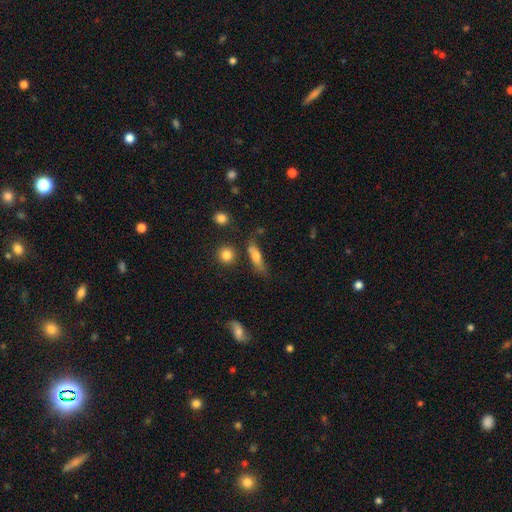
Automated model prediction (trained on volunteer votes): smooth-or-featured: smooth: 65% | featured or disk: 25% | star or artifact: 9%
  how-rounded: cigar-shaped: 50% | in between: 44% | round: 6%
  merging: none: 55% | minor disturbance: 24% | merger: 11% | major disturbance: 10%